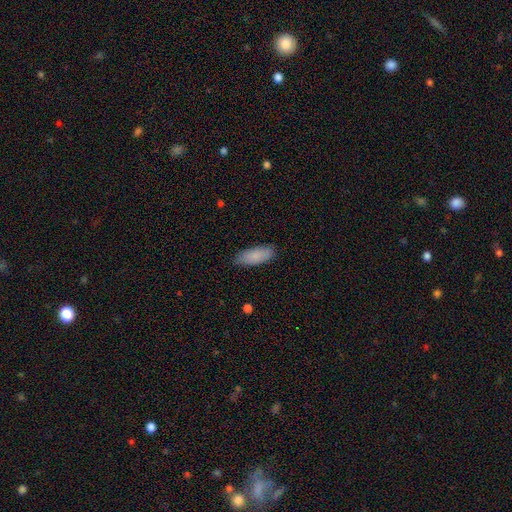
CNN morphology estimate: Smooth or featured? smooth (85%)
How rounded? in between (75%)
Merging? none (84%)